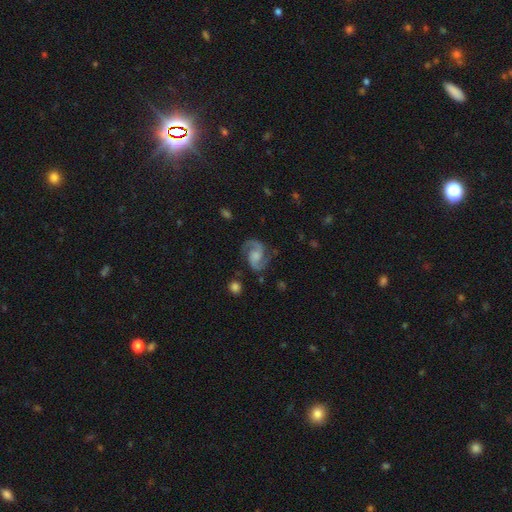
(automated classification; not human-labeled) A featured or disk galaxy (88%) with no bar (55%), 2 (93%) medium (59%) spiral arms (98%) and no central bulge (32%).

Vote fractions:
- Smooth or featured? featured or disk: 88% / smooth: 7% / star or artifact: 6%
- Edge-on disk? no: 98% / yes: 2%
- Bar? no: 55% / weak: 36% / strong: 9%
- Spiral arms? yes: 98% / no: 2%
- Spiral winding? medium: 59% / loose: 25% / tight: 16%
- Spiral arm count? 2: 93% / can't tell: 2% / 1: 2% / 3: 1% / 4: 1% / more than 4: 1%
- Bulge size? none: 32% / moderate: 26% / small: 26% / large: 13% / dominant: 2%
- Merging? none: 76% / minor disturbance: 15% / major disturbance: 7% / merger: 2%